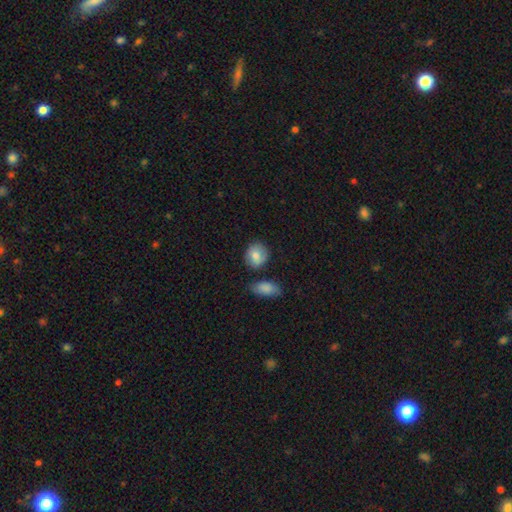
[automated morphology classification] smooth_or_featured: smooth (p=0.82) [alt: featured or disk p=0.11]
how_rounded: round (p=0.71) [alt: in between p=0.28]
merging: none (p=0.74) [alt: minor disturbance p=0.14]